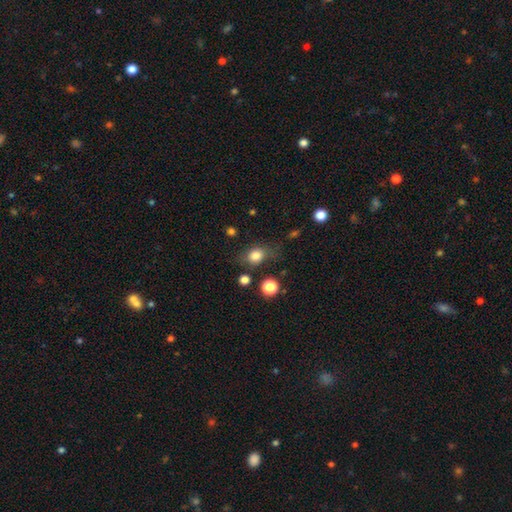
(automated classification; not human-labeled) smooth-or-featured: smooth: 81% | star or artifact: 10% | featured or disk: 9%
  how-rounded: in between: 54% | round: 44% | cigar-shaped: 2%
  merging: none: 65% | minor disturbance: 22% | major disturbance: 9% | merger: 5%